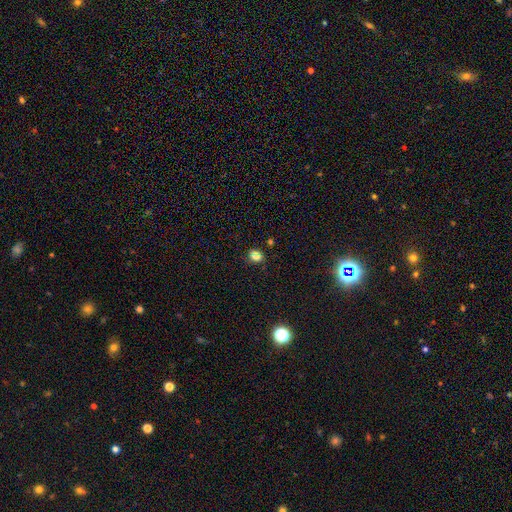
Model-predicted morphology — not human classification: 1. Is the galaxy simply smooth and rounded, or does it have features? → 79% smooth, 14% star or artifact, 7% featured or disk.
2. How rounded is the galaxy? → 60% round, 39% in between, 1% cigar-shaped.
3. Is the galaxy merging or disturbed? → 81% none, 13% minor disturbance, 3% major disturbance, 2% merger.